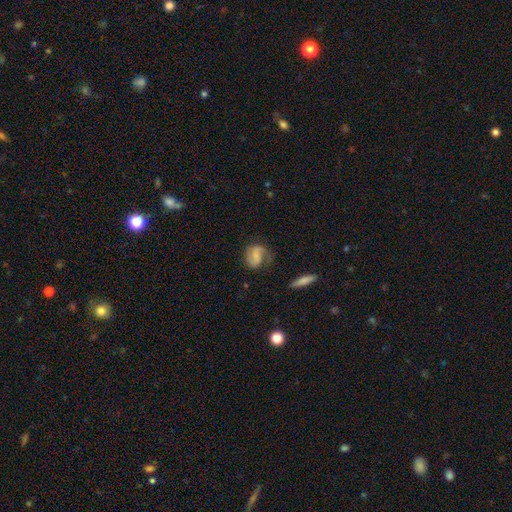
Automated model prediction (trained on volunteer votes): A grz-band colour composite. It shows a featured or disk galaxy (63%) with a weak bar (43%), 2 (78%) medium (43%) spiral arms (92%) and no central bulge (50%). Merging: none (63%).